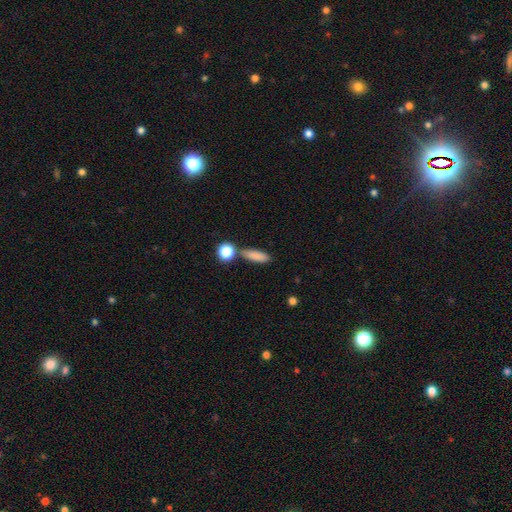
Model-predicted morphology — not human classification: Smooth or featured? smooth (85%)
How rounded? in between (50%)
Merging? none (72%)